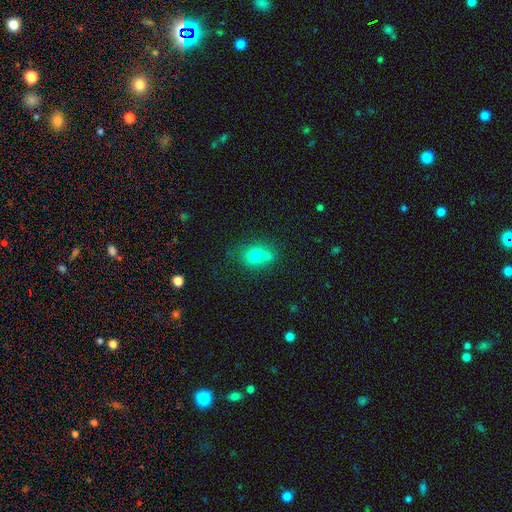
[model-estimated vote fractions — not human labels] smooth 74%, featured or disk 13%, star or artifact 12%. Down the decision tree: how rounded — round (52%); merging — none (50%).